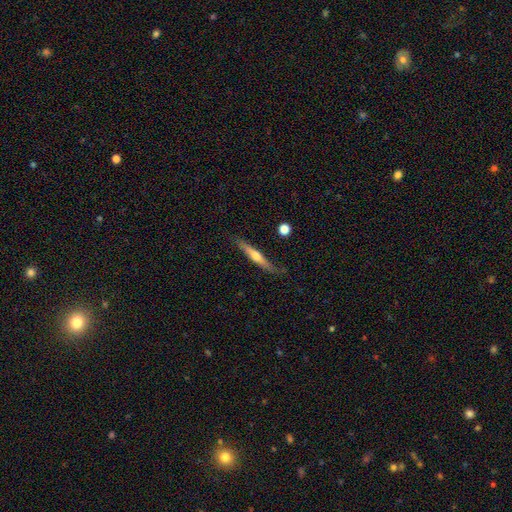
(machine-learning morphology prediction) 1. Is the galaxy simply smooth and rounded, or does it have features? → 59% featured or disk, 35% smooth, 6% star or artifact.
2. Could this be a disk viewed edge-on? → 96% yes, 4% no.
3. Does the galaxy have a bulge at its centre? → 87% rounded, 10% none, 3% boxy.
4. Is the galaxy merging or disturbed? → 81% none, 14% minor disturbance, 3% major disturbance, 2% merger.